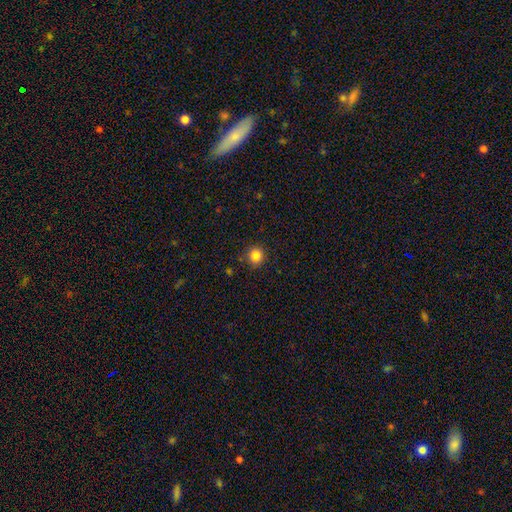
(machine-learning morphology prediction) smooth-or-featured: smooth: 84% | star or artifact: 11% | featured or disk: 4%
  how-rounded: round: 91% | in between: 8% | cigar-shaped: 1%
  merging: none: 90% | minor disturbance: 7% | major disturbance: 2% | merger: 1%